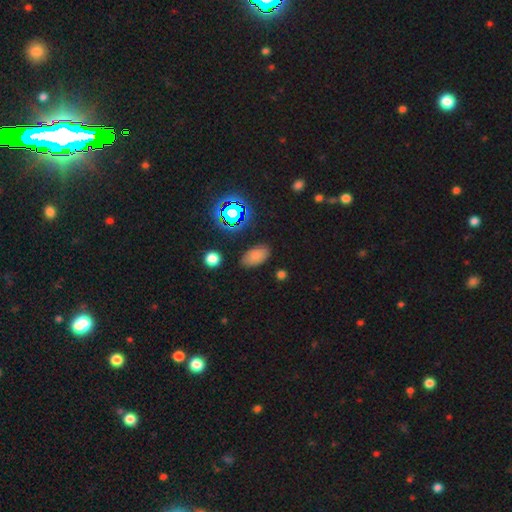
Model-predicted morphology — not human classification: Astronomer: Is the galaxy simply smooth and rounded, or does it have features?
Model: smooth — 75%.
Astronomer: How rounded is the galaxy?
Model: in between — 92%.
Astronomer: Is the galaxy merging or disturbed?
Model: none — 81%.